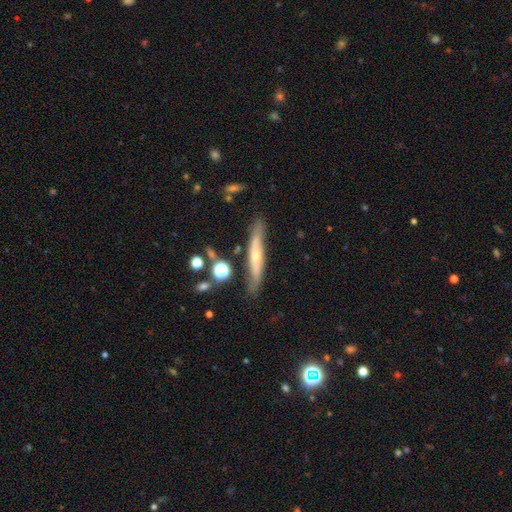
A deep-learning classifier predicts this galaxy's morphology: smooth_or_featured: featured or disk (p=0.59) [alt: smooth p=0.33]
disk_edge_on: yes (p=0.80) [alt: no p=0.20]
merging: none (p=0.81) [alt: minor disturbance p=0.14]